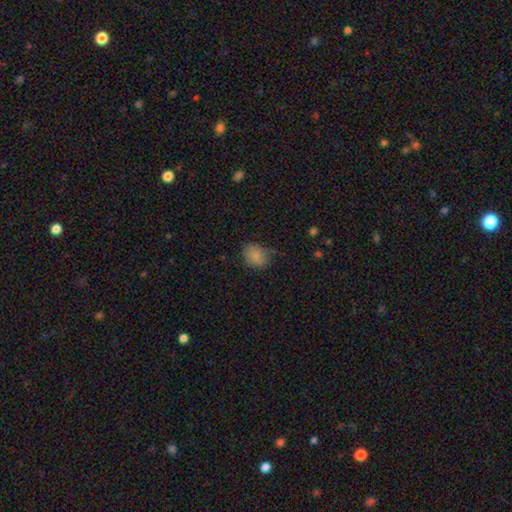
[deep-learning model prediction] The model was most divided on "how rounded": in between: 52%, round: 47%, cigar-shaped: 1%. More confident: smooth or featured — smooth (82%); merging — none (64%).